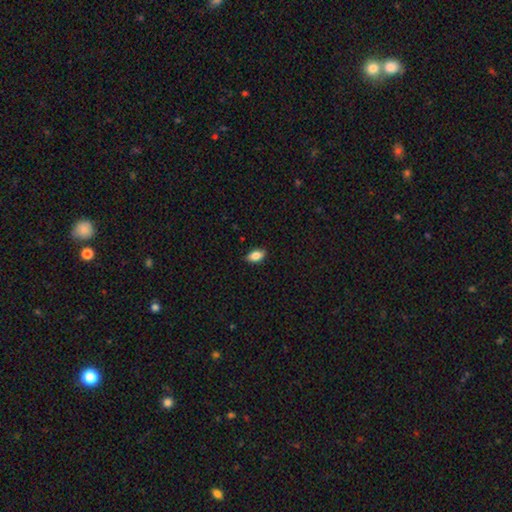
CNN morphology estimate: A smooth galaxy with no disk features (84%) that is in between round and cigar-shaped (91%).

Vote fractions:
- Smooth or featured? smooth: 84% / featured or disk: 8% / star or artifact: 8%
- How rounded? in between: 91% / round: 5% / cigar-shaped: 4%
- Merging? none: 85% / minor disturbance: 12% / major disturbance: 2% / merger: 1%